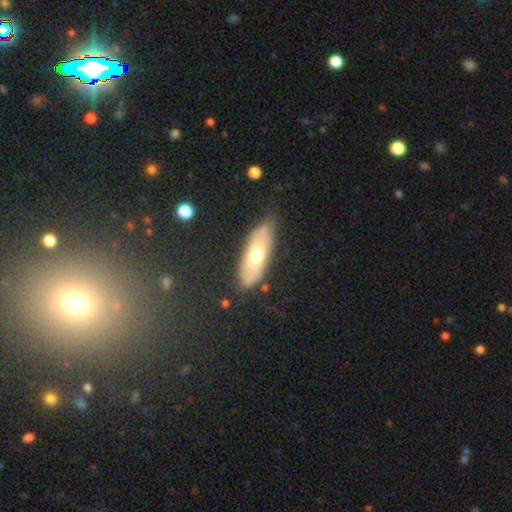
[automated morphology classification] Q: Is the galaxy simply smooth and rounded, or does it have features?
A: smooth — 59%.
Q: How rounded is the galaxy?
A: in between — 64%.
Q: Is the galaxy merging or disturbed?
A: none — 71%.